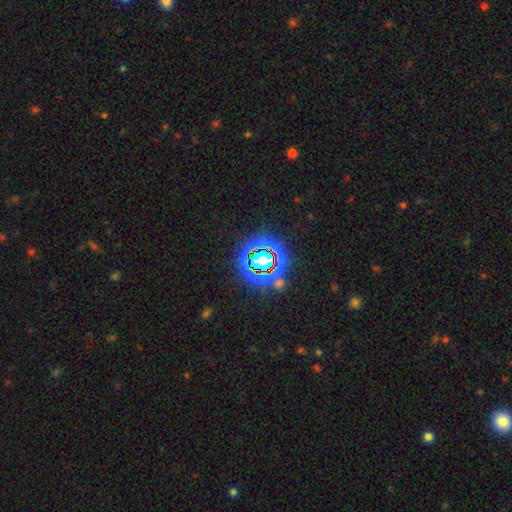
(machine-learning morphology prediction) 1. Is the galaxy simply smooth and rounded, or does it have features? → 80% star or artifact, 12% smooth, 8% featured or disk.